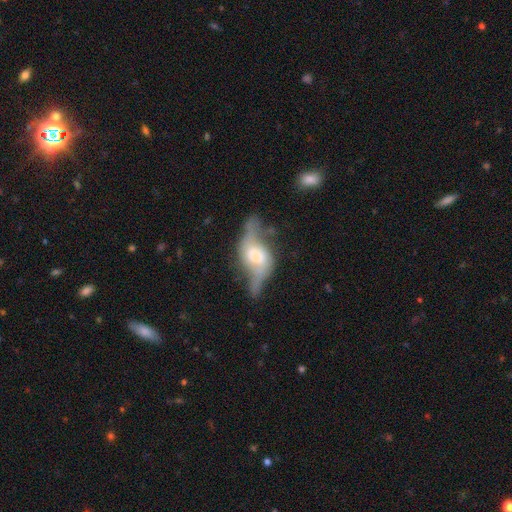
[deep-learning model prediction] Smooth or featured? Predicted: featured or disk (p=0.74). Edge-on disk? Predicted: no (p=0.66). Merging? Predicted: none (p=0.39).